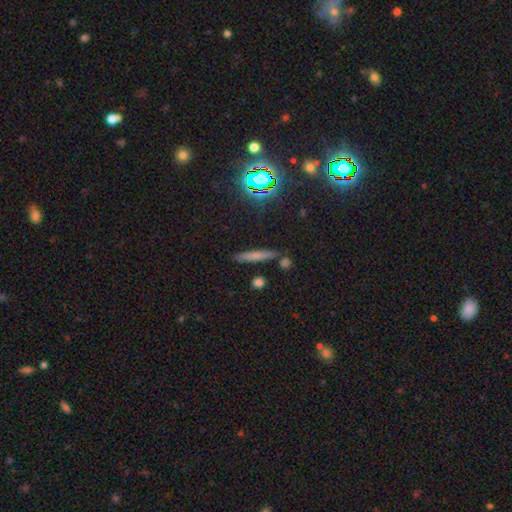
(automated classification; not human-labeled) smooth-or-featured: smooth: 61% | featured or disk: 22% | star or artifact: 18%
  how-rounded: cigar-shaped: 89% | in between: 7% | round: 4%
  merging: none: 81% | minor disturbance: 10% | merger: 6% | major disturbance: 3%